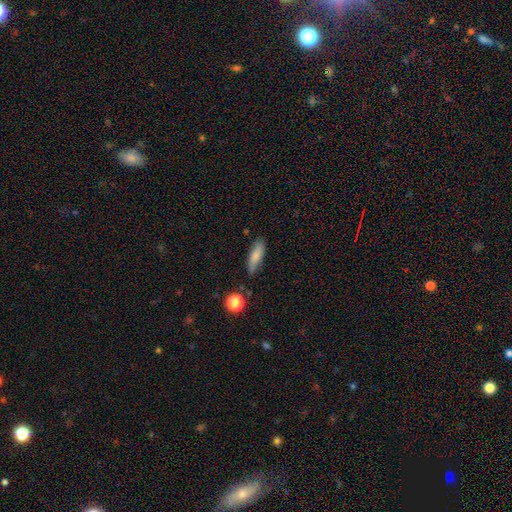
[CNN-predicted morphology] Q: Smooth or featured?
A: smooth (78%); runner-up: featured or disk (15%)
Q: How rounded?
A: cigar-shaped (51%); runner-up: in between (46%)
Q: Merging?
A: none (72%); runner-up: minor disturbance (21%)